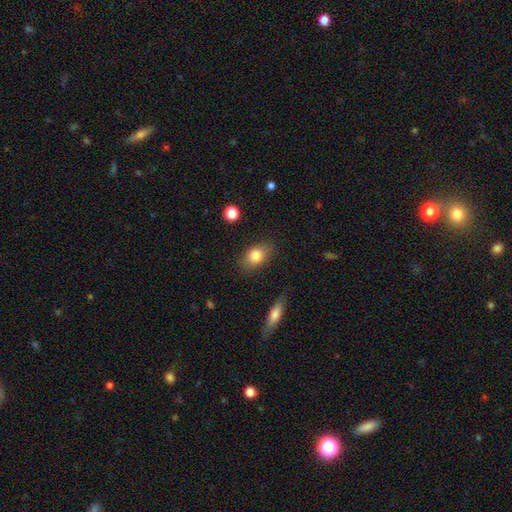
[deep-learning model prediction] smooth_or_featured: smooth (p=0.82) [alt: featured or disk p=0.10]
how_rounded: in between (p=0.77) [alt: round p=0.21]
merging: none (p=0.79) [alt: minor disturbance p=0.15]